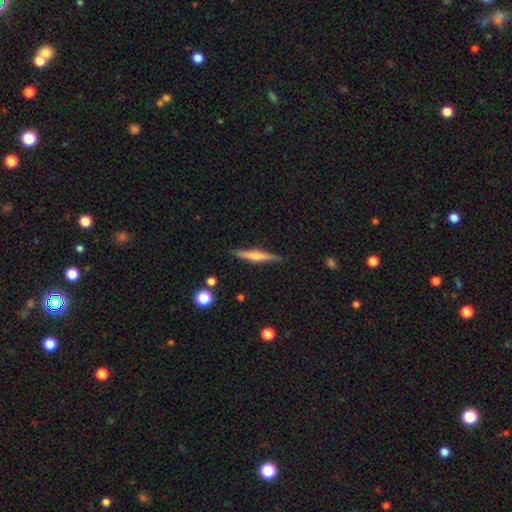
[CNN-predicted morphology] This is possibly a featured or disk galaxy (53%). It is clearly viewed edge-on (97%). Edge-on bulge: possibly rounded (49%). Merging: clearly none (86%).